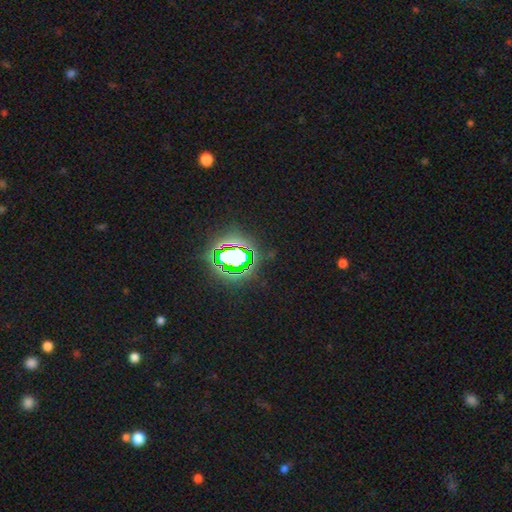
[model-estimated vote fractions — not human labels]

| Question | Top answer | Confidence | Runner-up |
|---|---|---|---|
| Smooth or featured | star or artifact | 79% | smooth (13%) |